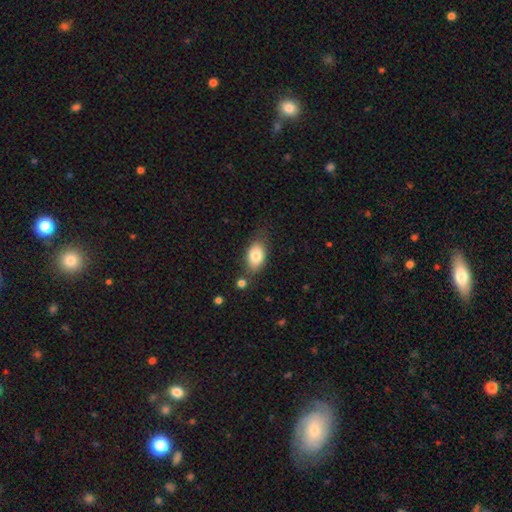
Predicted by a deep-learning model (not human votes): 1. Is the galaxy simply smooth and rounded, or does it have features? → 81% smooth, 12% featured or disk, 7% star or artifact.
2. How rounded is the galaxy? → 87% in between, 10% round, 2% cigar-shaped.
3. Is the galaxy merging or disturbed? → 70% none, 18% minor disturbance, 7% merger, 5% major disturbance.